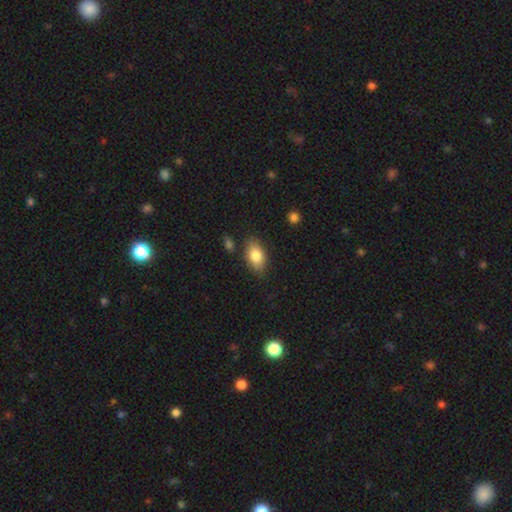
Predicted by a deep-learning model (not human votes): A smooth galaxy with no disk features (82%) that is in between round and cigar-shaped (90%).

Vote fractions:
- Smooth or featured? smooth: 82% / featured or disk: 11% / star or artifact: 7%
- How rounded? in between: 90% / round: 7% / cigar-shaped: 3%
- Merging? none: 83% / minor disturbance: 12% / merger: 3% / major disturbance: 3%